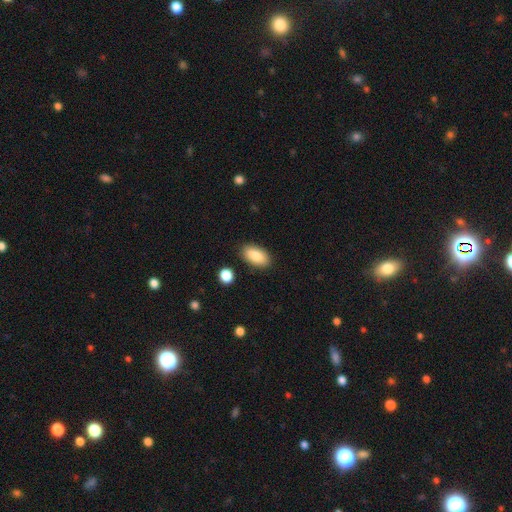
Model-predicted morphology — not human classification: The model was most divided on "merging": none: 87%, minor disturbance: 9%, major disturbance: 2%, merger: 2%. More confident: how rounded — in between (92%); smooth or featured — smooth (86%).